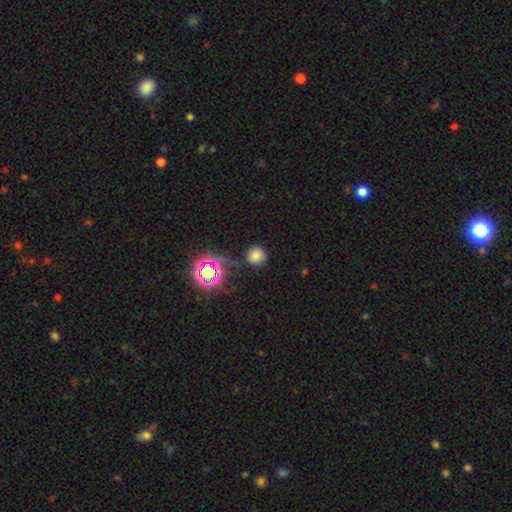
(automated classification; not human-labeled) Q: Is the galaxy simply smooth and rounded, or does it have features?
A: smooth — 70%.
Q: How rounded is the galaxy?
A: round — 91%.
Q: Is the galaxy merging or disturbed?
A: none — 75%.